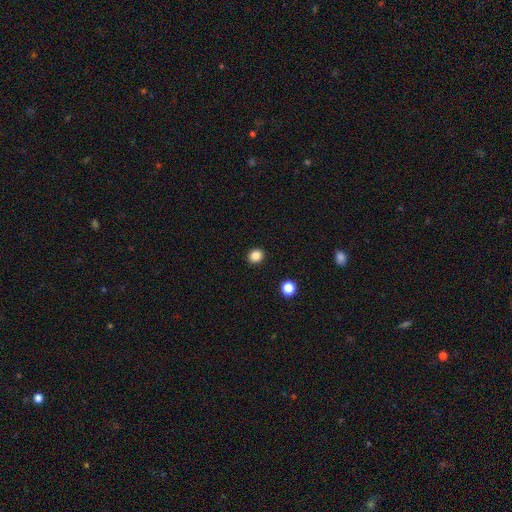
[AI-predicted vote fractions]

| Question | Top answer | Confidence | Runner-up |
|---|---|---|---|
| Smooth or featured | smooth | 85% | star or artifact (11%) |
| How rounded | round | 83% | in between (16%) |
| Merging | none | 92% | minor disturbance (5%) |